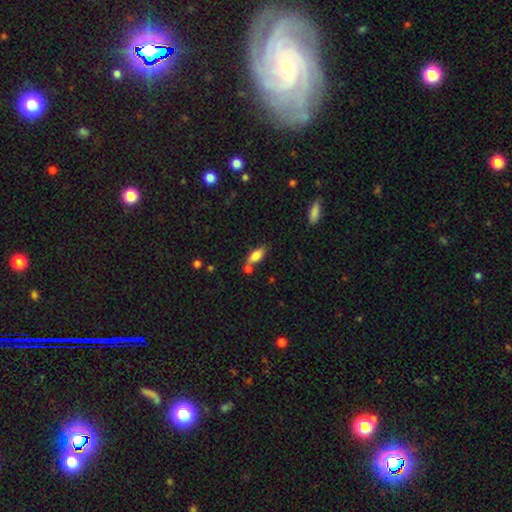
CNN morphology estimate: A smooth galaxy with no disk features (78%) that is in between round and cigar-shaped (77%). Merging: none (60%).